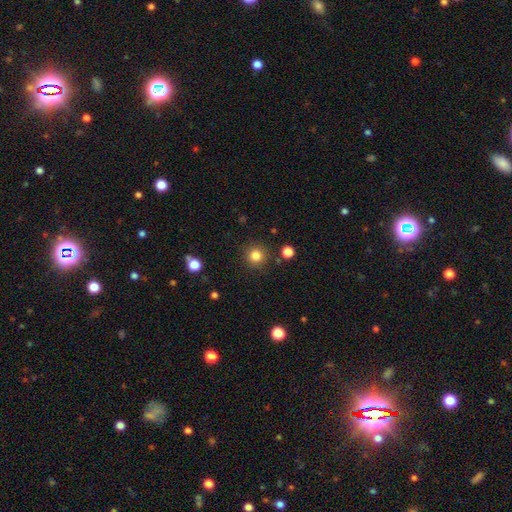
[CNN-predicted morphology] Smooth or featured: smooth — 83% (star or artifact — 12%)
How rounded: round — 94% (in between — 5%)
Merging: none — 88% (minor disturbance — 7%)